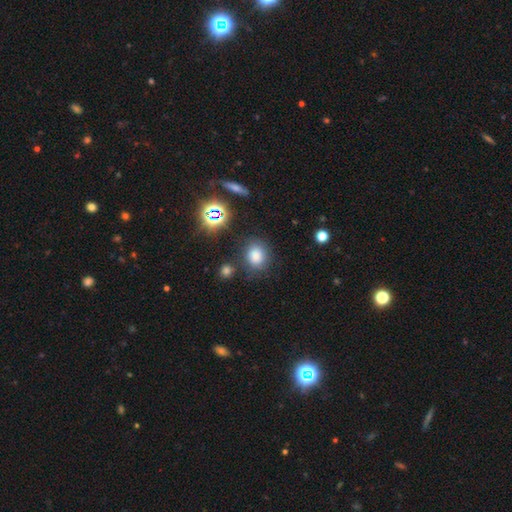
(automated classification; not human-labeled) A smooth galaxy with no disk features (75%) that is round (57%). Merging: none (73%).